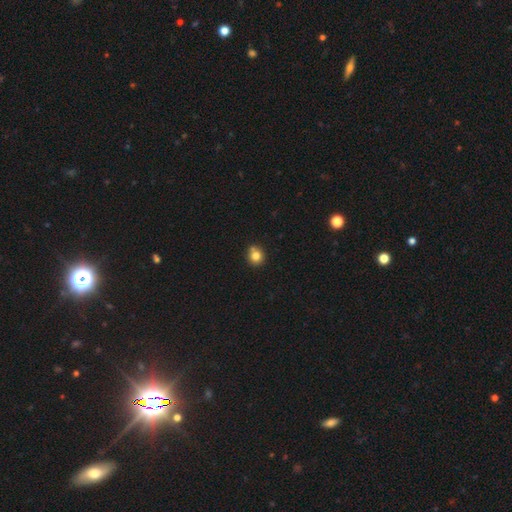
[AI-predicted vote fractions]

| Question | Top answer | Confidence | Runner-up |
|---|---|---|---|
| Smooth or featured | smooth | 81% | star or artifact (12%) |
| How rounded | round | 85% | in between (14%) |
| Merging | none | 72% | minor disturbance (14%) |